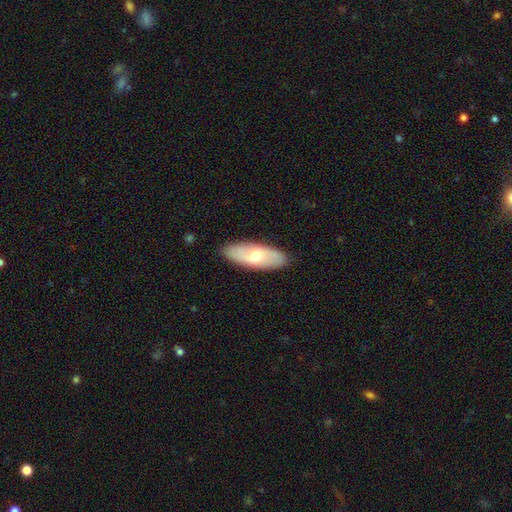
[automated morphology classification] Smooth or featured: smooth — 57% (featured or disk — 38%)
How rounded: in between — 74% (cigar-shaped — 24%)
Merging: none — 88% (minor disturbance — 9%)